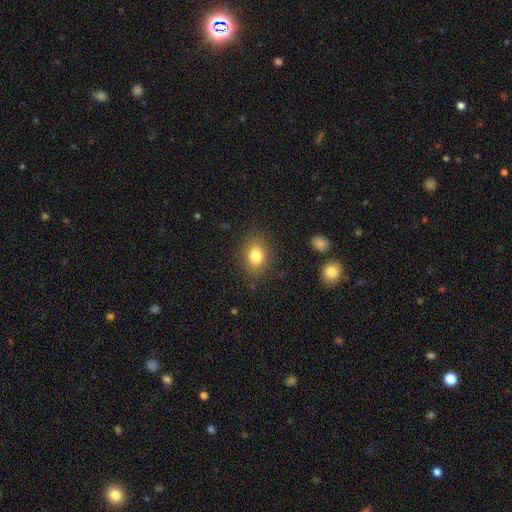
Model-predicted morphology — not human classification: Smooth or featured?
  - smooth: 81% *
  - star or artifact: 10%
  - featured or disk: 9%
How rounded?
  - in between: 71% *
  - round: 28%
  - cigar-shaped: 2%
Merging?
  - none: 85% *
  - minor disturbance: 11%
  - major disturbance: 3%
  - merger: 1%